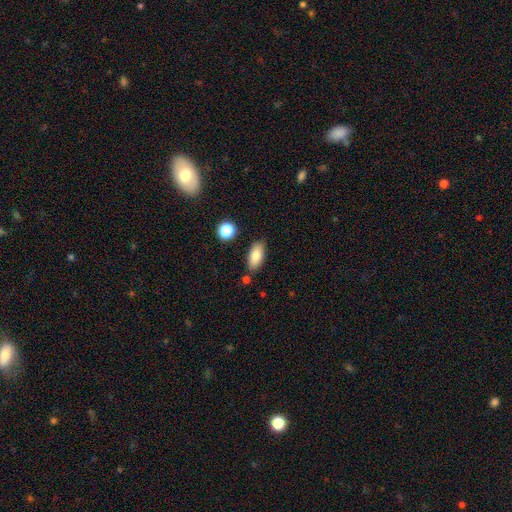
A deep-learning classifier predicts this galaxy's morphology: smooth-or-featured: smooth: 81% | featured or disk: 11% | star or artifact: 8%
  how-rounded: in between: 88% | cigar-shaped: 8% | round: 4%
  merging: none: 81% | minor disturbance: 12% | merger: 5% | major disturbance: 3%